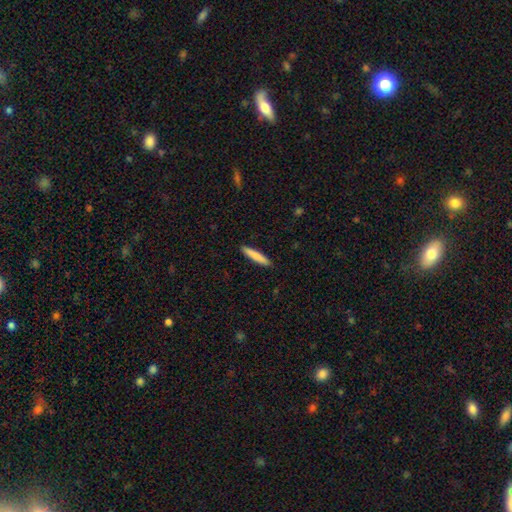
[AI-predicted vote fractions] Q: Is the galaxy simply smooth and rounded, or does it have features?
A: smooth — 81%.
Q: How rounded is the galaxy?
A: cigar-shaped — 93%.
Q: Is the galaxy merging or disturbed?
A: none — 91%.